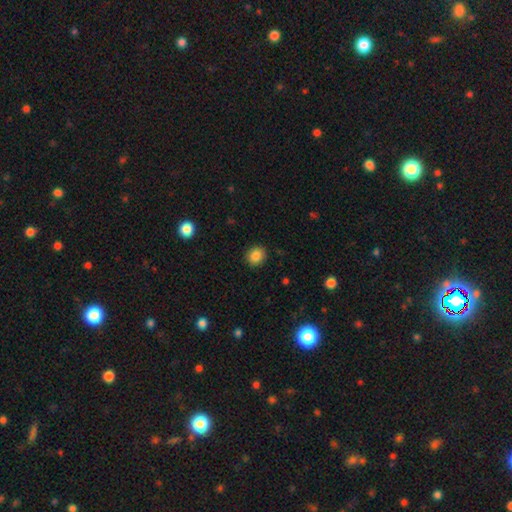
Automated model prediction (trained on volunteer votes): Smooth or featured? smooth (86%)
How rounded? round (81%)
Merging? none (90%)